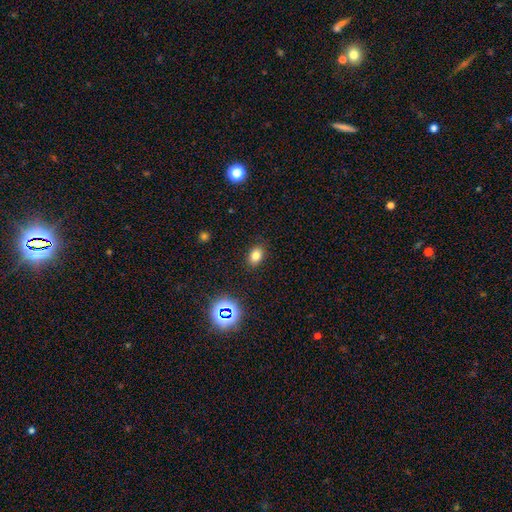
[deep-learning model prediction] This appears to be a smooth galaxy with no disk features (77%) that is in between round and cigar-shaped (76%). Merging: none (87%).